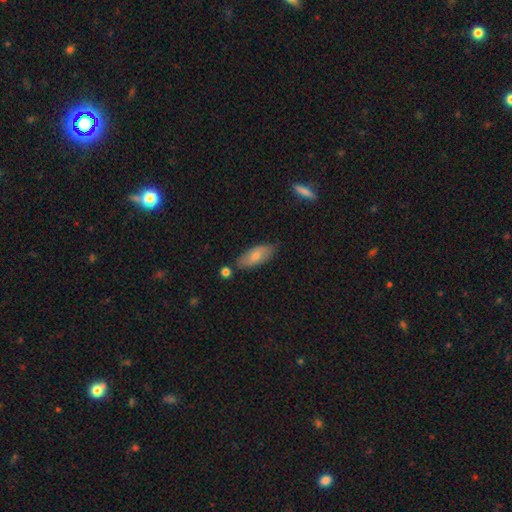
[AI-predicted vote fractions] Overall: smooth (71%). How rounded: in between (82%). Merging: none (74%).